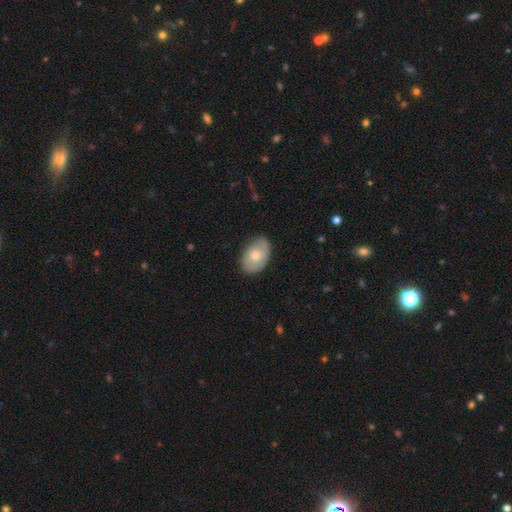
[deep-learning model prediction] This is likely a smooth galaxy (73%). How rounded: clearly in between (87%). Merging: likely none (78%).